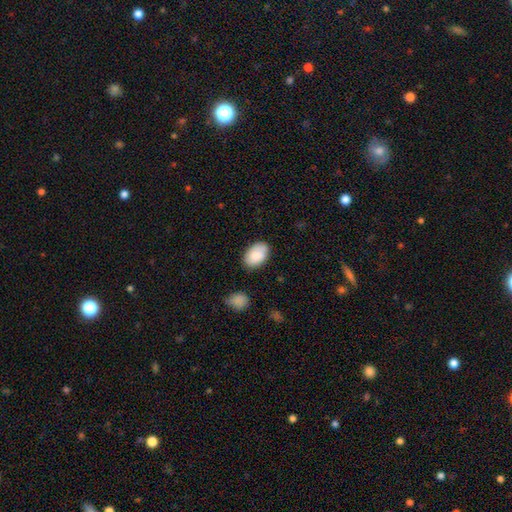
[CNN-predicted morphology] The model was most divided on "merging": none: 78%, minor disturbance: 16%, major disturbance: 3%, merger: 3%. More confident: how rounded — in between (89%); smooth or featured — smooth (84%).